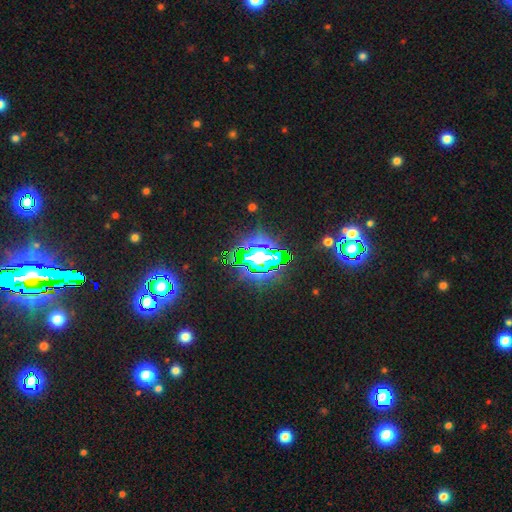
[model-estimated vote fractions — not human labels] A star or artifact, not a galaxy (71%).

Vote fractions:
- Smooth or featured? star or artifact: 71% / smooth: 17% / featured or disk: 12%